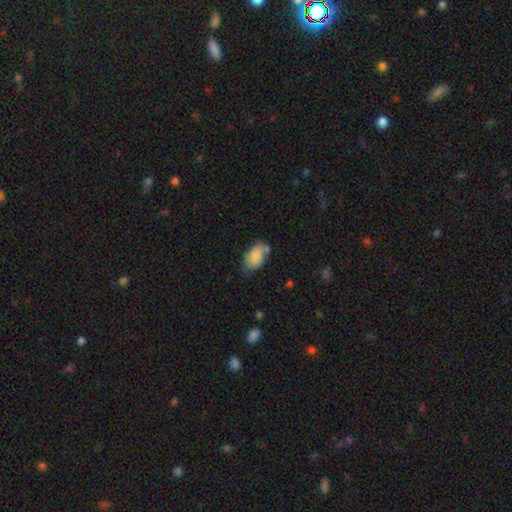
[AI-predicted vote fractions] Smooth or featured: smooth — 85% (featured or disk — 8%)
How rounded: in between — 91% (round — 7%)
Merging: none — 55% (minor disturbance — 27%)